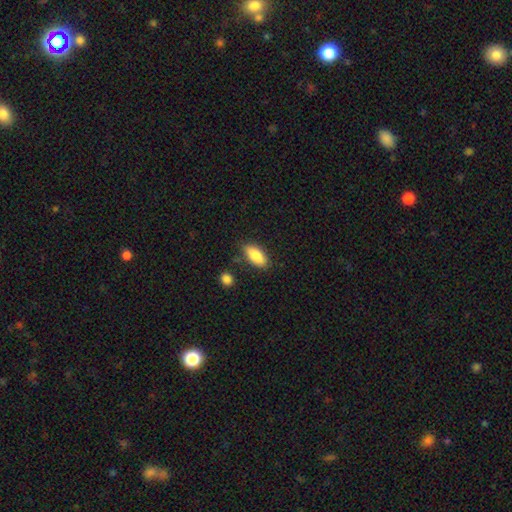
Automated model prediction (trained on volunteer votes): Morphology: type=smooth (85%); roundness=in between (86%); merging=none (81%).